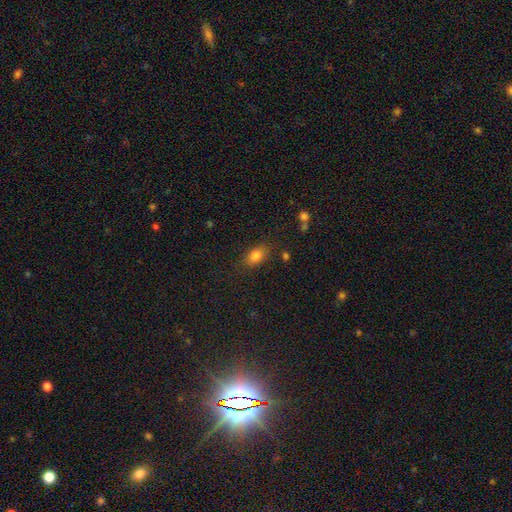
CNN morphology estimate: A smooth galaxy with no disk features (82%) that is in between round and cigar-shaped (83%).

Vote fractions:
- Smooth or featured? smooth: 82% / star or artifact: 10% / featured or disk: 8%
- How rounded? in between: 83% / round: 15% / cigar-shaped: 3%
- Merging? none: 80% / minor disturbance: 14% / major disturbance: 4% / merger: 2%